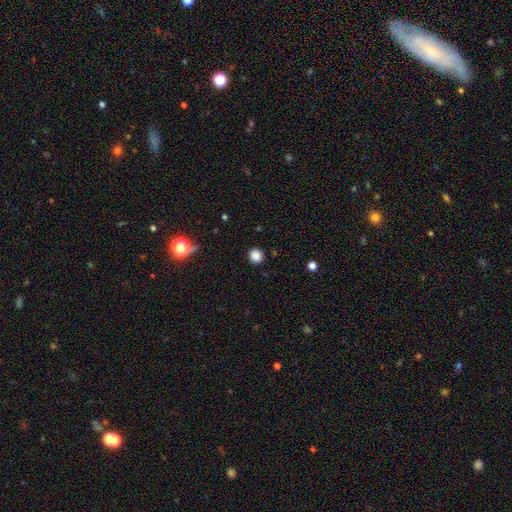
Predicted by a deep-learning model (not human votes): Overall: smooth (85%). How rounded: round (88%). Merging: none (90%).